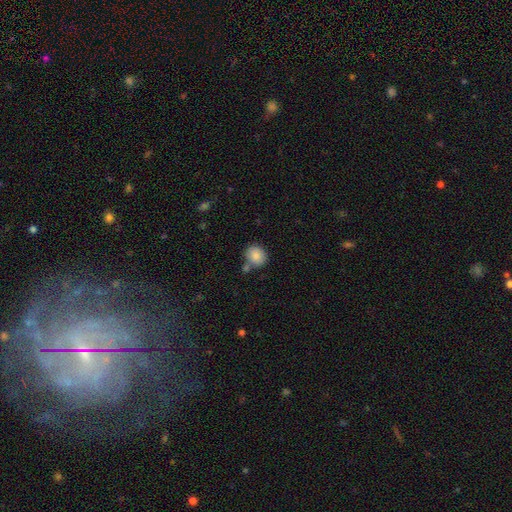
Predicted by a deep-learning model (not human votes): A smooth galaxy with no disk features (85%) that is round (76%).

Vote fractions:
- Smooth or featured? smooth: 85% / star or artifact: 8% / featured or disk: 7%
- How rounded? round: 76% / in between: 23% / cigar-shaped: 1%
- Merging? none: 69% / merger: 15% / minor disturbance: 13% / major disturbance: 3%